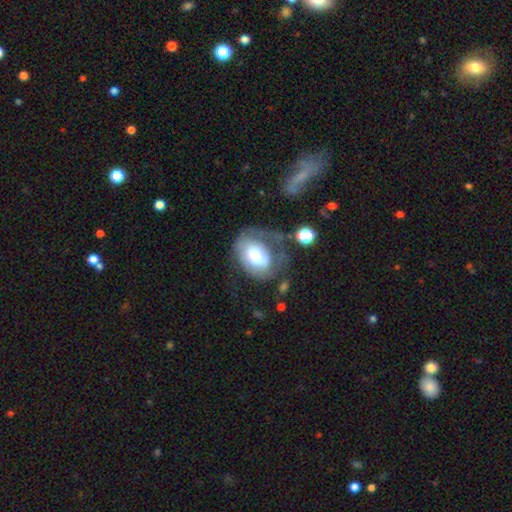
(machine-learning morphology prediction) Smooth or featured? smooth (52%)
How rounded? in between (65%)
Merging? none (37%)